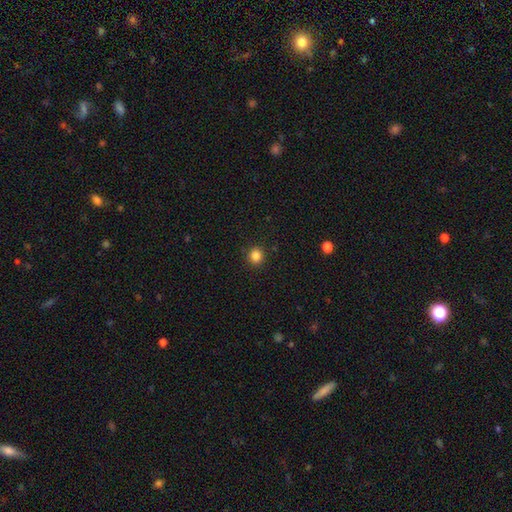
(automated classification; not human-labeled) A smooth galaxy with no disk features (84%) that is round (88%).

Vote fractions:
- Smooth or featured? smooth: 84% / star or artifact: 12% / featured or disk: 4%
- How rounded? round: 88% / in between: 11% / cigar-shaped: 1%
- Merging? none: 91% / minor disturbance: 6% / major disturbance: 2% / merger: 1%